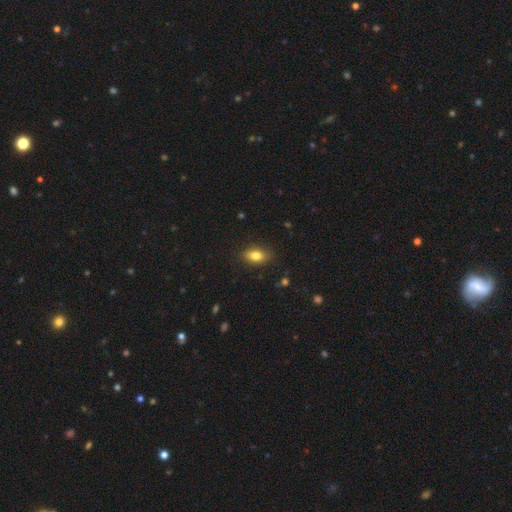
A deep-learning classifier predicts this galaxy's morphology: A smooth galaxy with no disk features (79%) that is in between round and cigar-shaped (85%).

Vote fractions:
- Smooth or featured? smooth: 79% / featured or disk: 12% / star or artifact: 9%
- How rounded? in between: 85% / round: 10% / cigar-shaped: 5%
- Merging? none: 85% / minor disturbance: 11% / major disturbance: 2% / merger: 1%